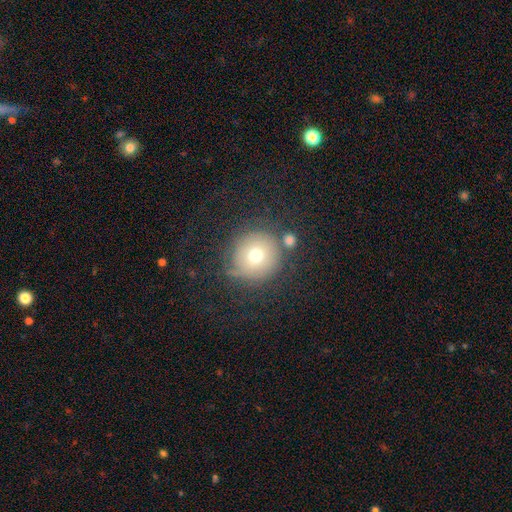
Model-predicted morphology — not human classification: smooth-or-featured: smooth: 68% | featured or disk: 18% | star or artifact: 14%
  how-rounded: round: 94% | in between: 5% | cigar-shaped: 1%
  merging: none: 71% | minor disturbance: 14% | merger: 8% | major disturbance: 7%